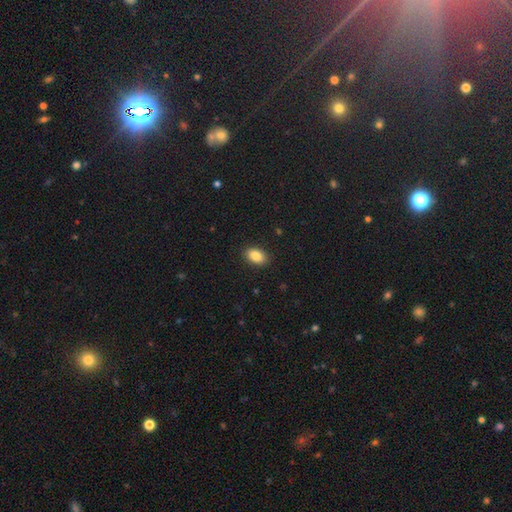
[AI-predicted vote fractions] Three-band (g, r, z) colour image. It shows a smooth galaxy with no disk features (88%) that is in between round and cigar-shaped (90%). Merging: none (89%).